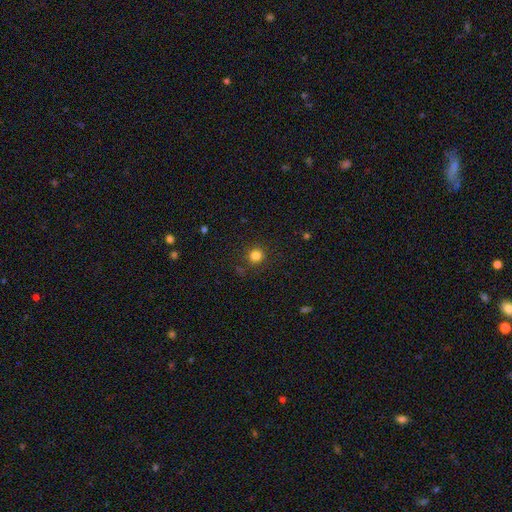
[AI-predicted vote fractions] smooth 82%, star or artifact 13%, featured or disk 4%. Down the decision tree: how rounded — round (93%); merging — none (89%).